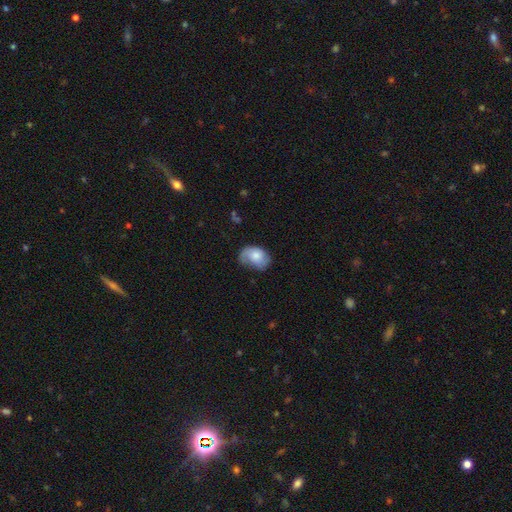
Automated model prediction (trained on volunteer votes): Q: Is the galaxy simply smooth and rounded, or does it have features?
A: smooth — 62%.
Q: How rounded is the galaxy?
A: in between — 76%.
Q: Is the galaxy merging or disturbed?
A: none — 44%.